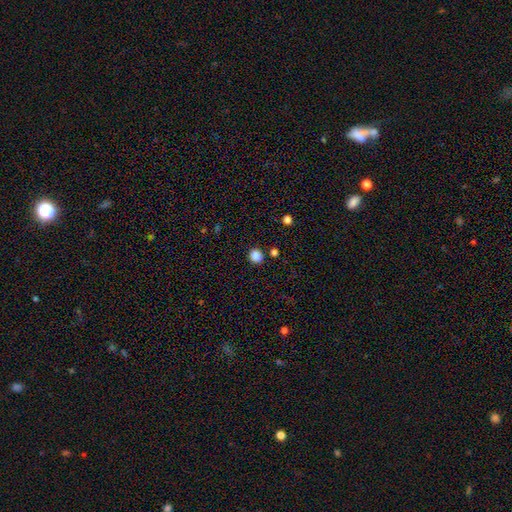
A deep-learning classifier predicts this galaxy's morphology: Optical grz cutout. It shows a smooth galaxy with no disk features (86%) that is round (87%). Merging: none (89%).